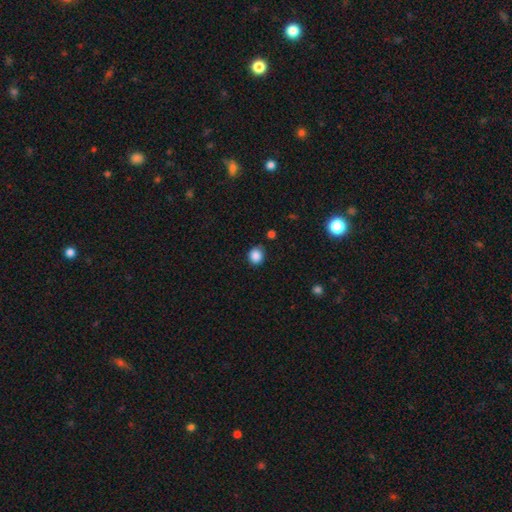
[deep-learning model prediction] Smooth or featured?
  - smooth: 86% *
  - star or artifact: 11%
  - featured or disk: 3%
How rounded?
  - round: 87% *
  - in between: 12%
  - cigar-shaped: 1%
Merging?
  - none: 83% *
  - minor disturbance: 11%
  - merger: 3%
  - major disturbance: 3%